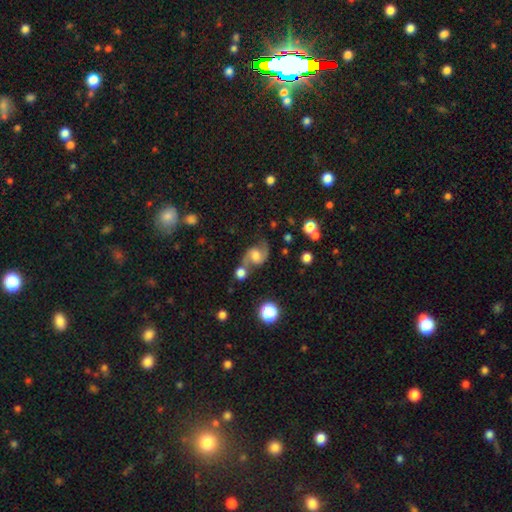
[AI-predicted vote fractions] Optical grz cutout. It shows a featured or disk galaxy (72%) with a weak bar (46%), 2 (92%) loose (47%) spiral arms (94%) and a moderate central bulge (49%). Merging: none (51%).